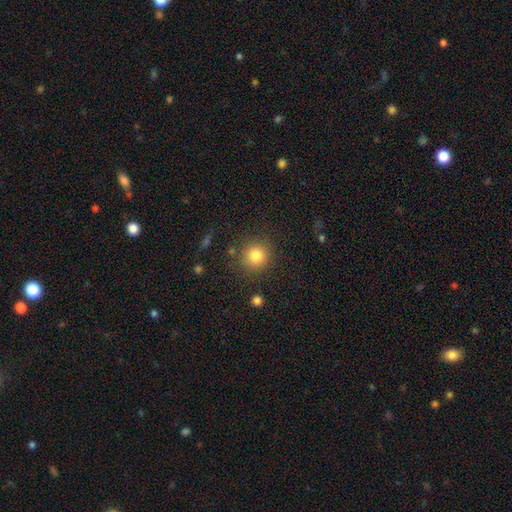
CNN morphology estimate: smooth_or_featured: smooth (p=0.82) [alt: star or artifact p=0.11]
how_rounded: round (p=0.91) [alt: in between p=0.08]
merging: none (p=0.85) [alt: minor disturbance p=0.08]